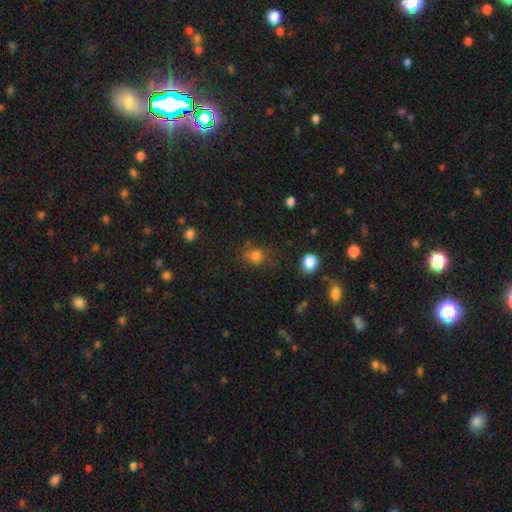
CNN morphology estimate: Overall: smooth (78%). How rounded: round (76%). Merging: none (70%).